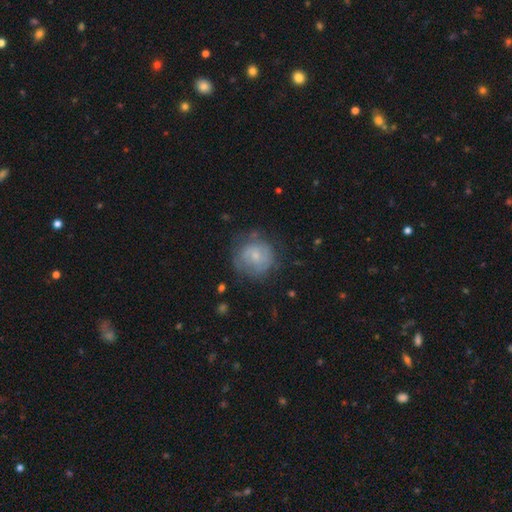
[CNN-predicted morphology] A smooth galaxy with no disk features (48%).

Vote fractions:
- Smooth or featured? smooth: 48% / featured or disk: 44% / star or artifact: 8%
- Merging? none: 64% / minor disturbance: 22% / major disturbance: 12% / merger: 2%